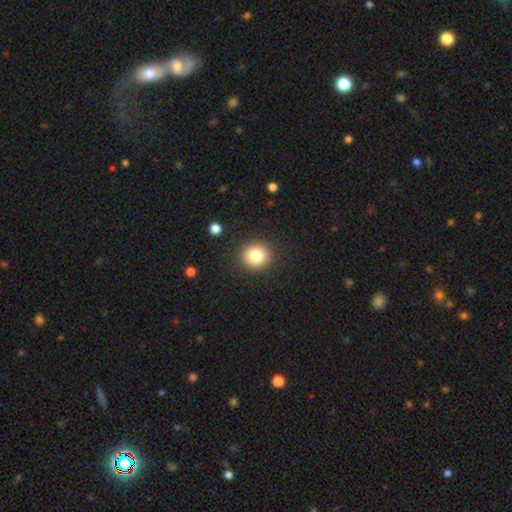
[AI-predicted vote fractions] smooth 81%, star or artifact 11%, featured or disk 7%. Down the decision tree: how rounded — round (89%); merging — none (90%).